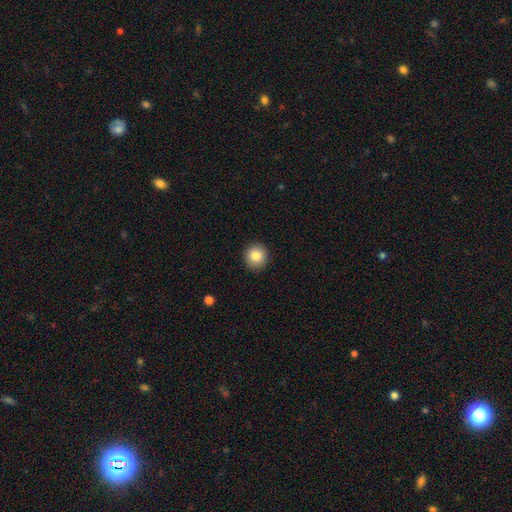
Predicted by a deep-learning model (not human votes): smooth_or_featured: smooth (p=0.85) [alt: star or artifact p=0.09]
how_rounded: round (p=0.89) [alt: in between p=0.10]
merging: none (p=0.91) [alt: minor disturbance p=0.06]